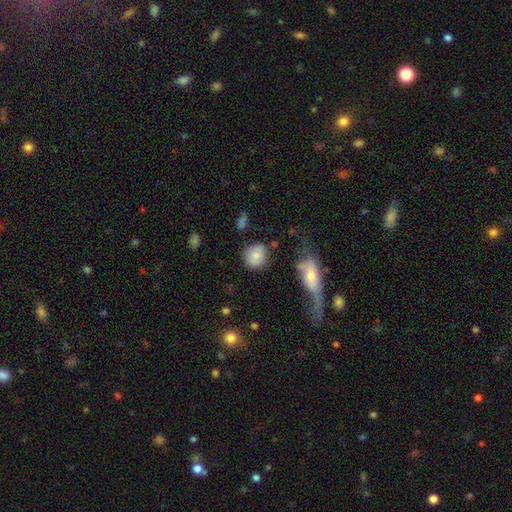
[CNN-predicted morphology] type=smooth (83%); roundness=round (74%); merging=none (78%).